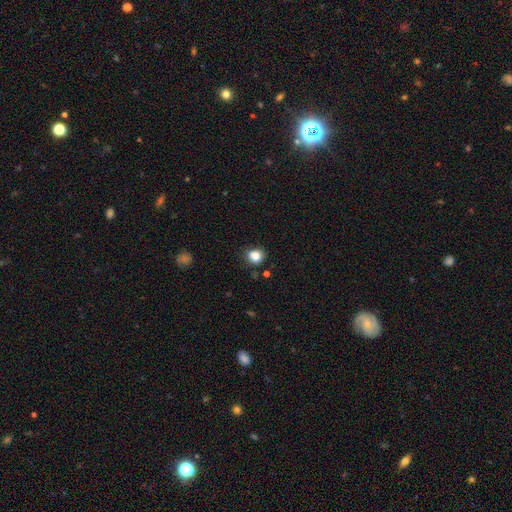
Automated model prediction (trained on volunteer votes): smooth 84%, star or artifact 11%, featured or disk 4%. Down the decision tree: how rounded — round (77%); merging — none (82%).